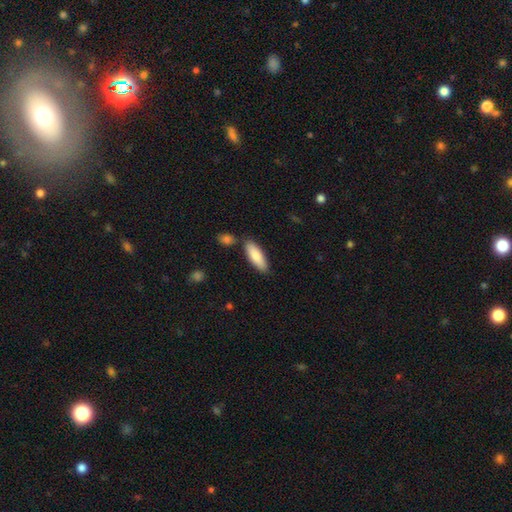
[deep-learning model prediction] smooth-or-featured: smooth: 83% | featured or disk: 12% | star or artifact: 5%
  how-rounded: in between: 60% | cigar-shaped: 39% | round: 2%
  merging: none: 79% | minor disturbance: 11% | merger: 8% | major disturbance: 2%